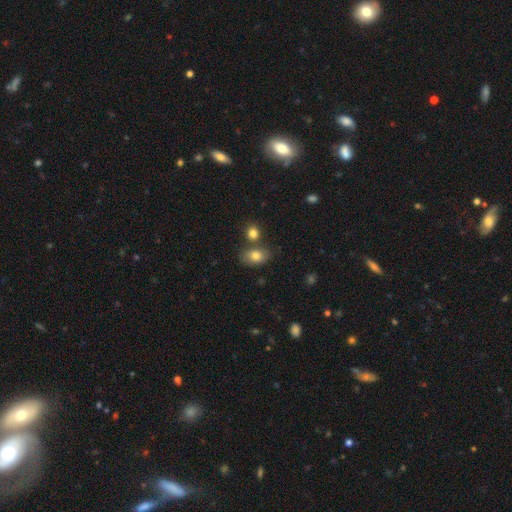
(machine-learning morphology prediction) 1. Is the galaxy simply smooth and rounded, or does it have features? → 79% smooth, 12% featured or disk, 9% star or artifact.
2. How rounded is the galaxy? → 80% in between, 18% round, 2% cigar-shaped.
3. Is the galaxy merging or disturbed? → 65% none, 19% merger, 13% minor disturbance, 3% major disturbance.